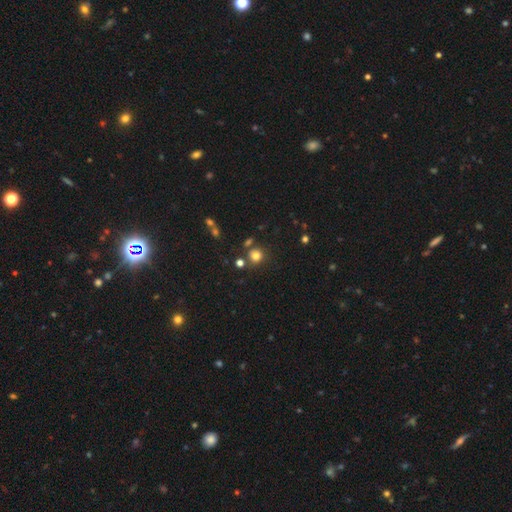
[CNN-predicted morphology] Smooth or featured? Predicted: smooth (p=0.78). How rounded? Predicted: round (p=0.88). Merging? Predicted: none (p=0.75).